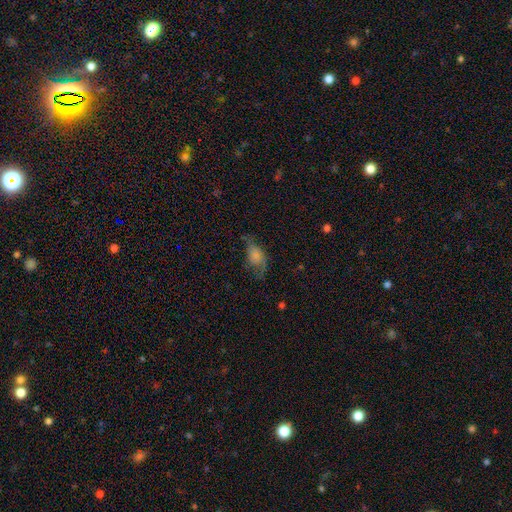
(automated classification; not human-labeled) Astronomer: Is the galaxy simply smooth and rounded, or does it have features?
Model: smooth — 51% (runner-up: featured or disk, 39%).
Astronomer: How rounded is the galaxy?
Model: in between — 85%.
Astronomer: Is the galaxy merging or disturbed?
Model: none — 41% (runner-up: minor disturbance, 30%).